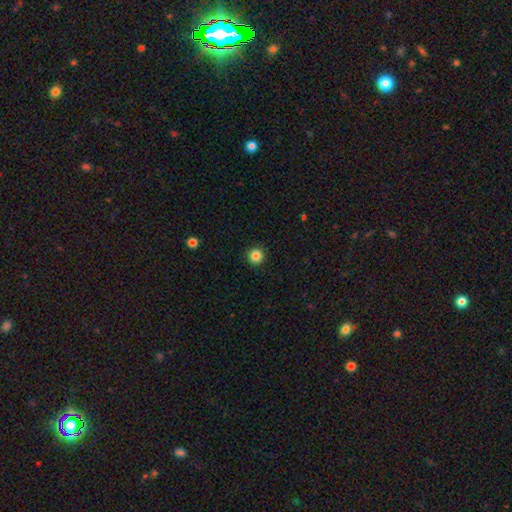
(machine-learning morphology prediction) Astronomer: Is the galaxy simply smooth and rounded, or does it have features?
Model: smooth — 85%.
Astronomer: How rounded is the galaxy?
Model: round — 95%.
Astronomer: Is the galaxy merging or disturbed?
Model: none — 93%.